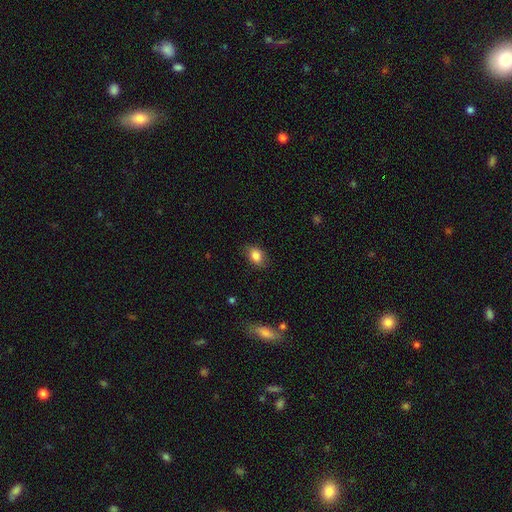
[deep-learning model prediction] A smooth galaxy with no disk features (83%) that is in between round and cigar-shaped (75%). Merging: none (76%).